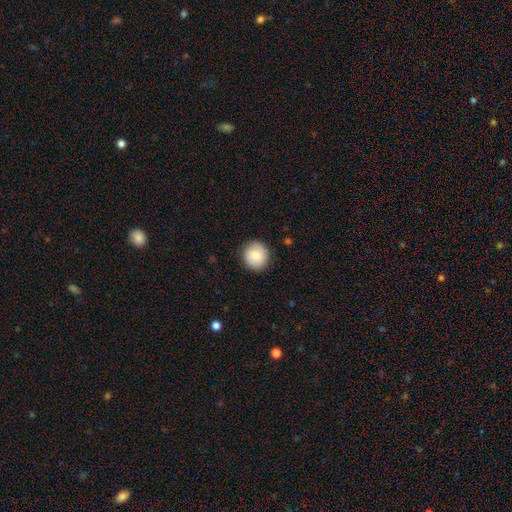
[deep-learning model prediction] This is clearly a smooth galaxy (81%). How rounded: clearly round (87%). Merging: clearly none (89%).